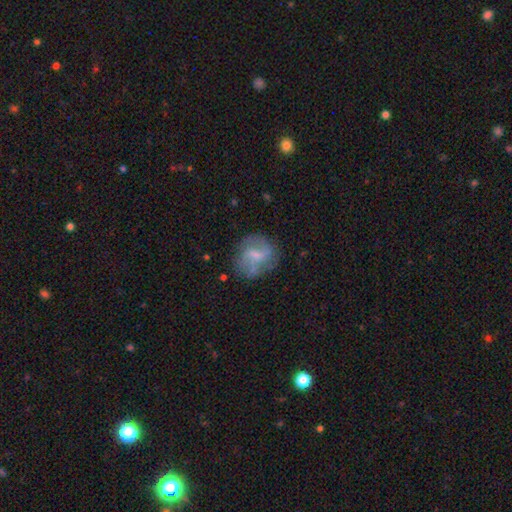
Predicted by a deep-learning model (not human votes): A featured or disk galaxy (58%) with a weak bar (51%), spiral arms (72%) and a small central bulge (39%). Merging: none (64%).